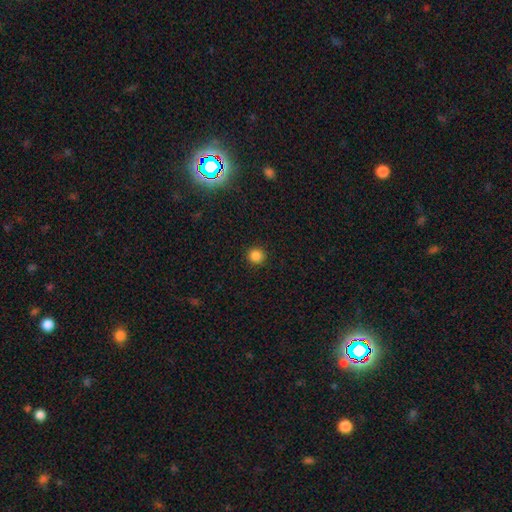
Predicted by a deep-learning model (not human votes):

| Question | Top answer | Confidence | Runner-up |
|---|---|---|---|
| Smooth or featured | smooth | 85% | star or artifact (12%) |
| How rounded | round | 95% | in between (4%) |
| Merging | none | 92% | minor disturbance (5%) |